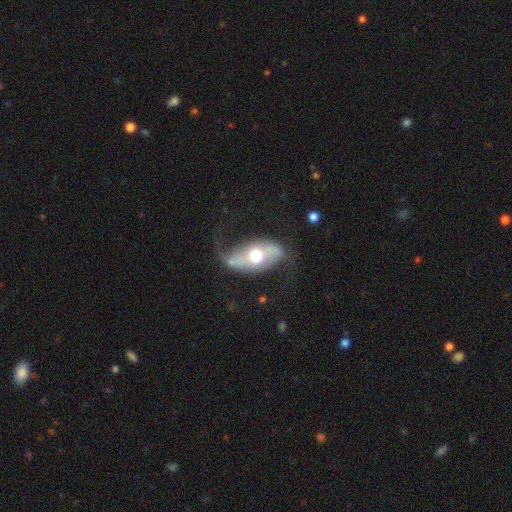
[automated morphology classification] The model was most divided on "merging": none: 47%, major disturbance: 26%, minor disturbance: 24%, merger: 4%. More confident: edge-on disk — no (89%); spiral arms — yes (71%); bulge size — moderate (67%); smooth or featured — featured or disk (66%); bar — no (53%).